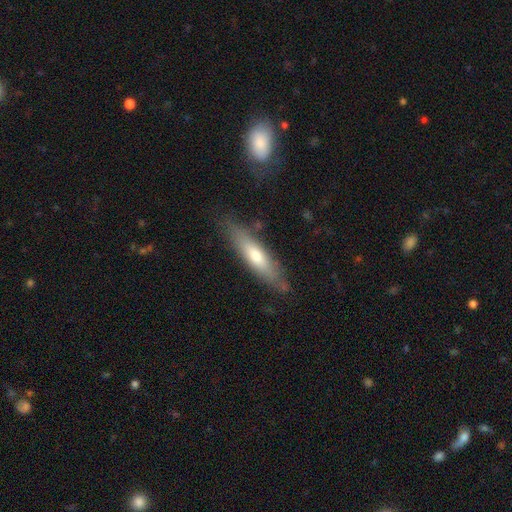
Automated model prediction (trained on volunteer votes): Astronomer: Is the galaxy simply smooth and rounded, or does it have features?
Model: smooth — 54% (runner-up: featured or disk, 40%).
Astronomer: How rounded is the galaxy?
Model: cigar-shaped — 76%.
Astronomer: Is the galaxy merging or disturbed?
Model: none — 79%.